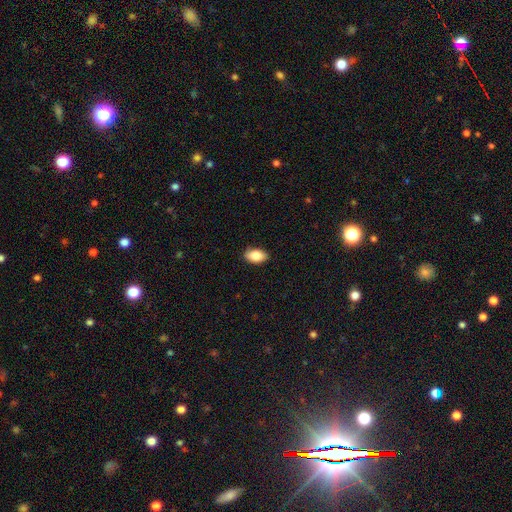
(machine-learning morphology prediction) type=smooth (84%); roundness=in between (92%); merging=none (89%).